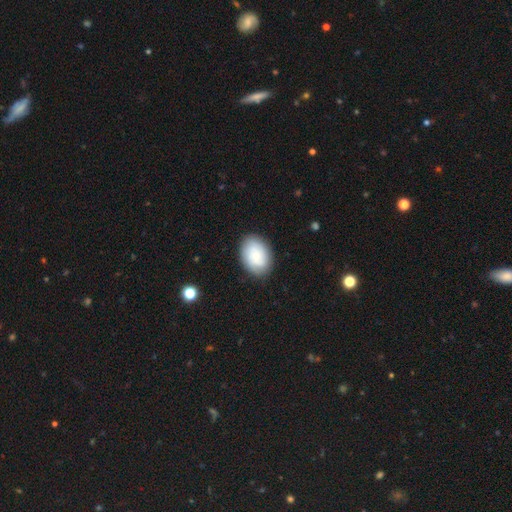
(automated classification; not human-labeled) smooth-or-featured: smooth: 65% | featured or disk: 28% | star or artifact: 7%
  how-rounded: in between: 75% | round: 24% | cigar-shaped: 1%
  merging: none: 84% | minor disturbance: 11% | major disturbance: 3% | merger: 1%